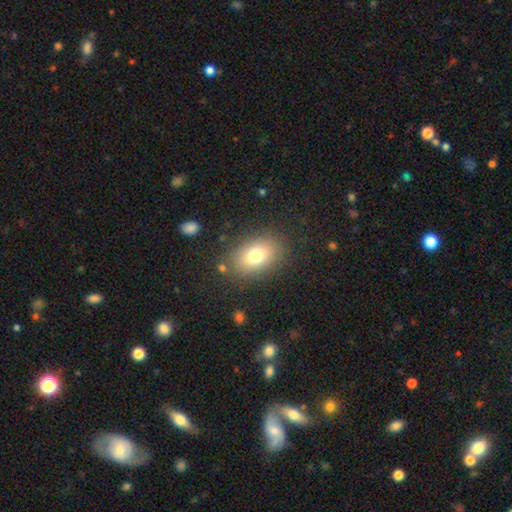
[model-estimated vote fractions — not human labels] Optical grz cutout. It shows a smooth galaxy with no disk features (76%) that is in between round and cigar-shaped (81%). Merging: none (83%).